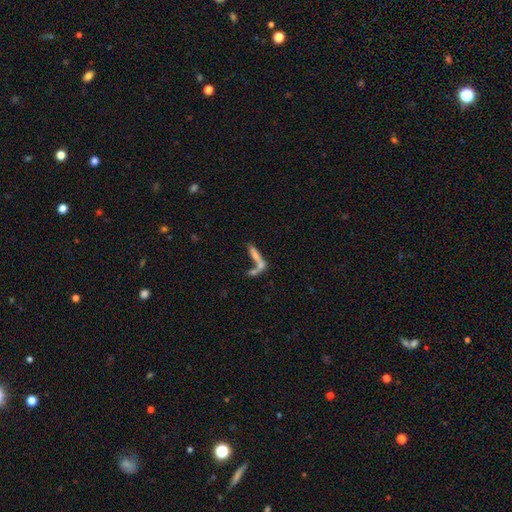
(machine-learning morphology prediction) Smooth or featured? smooth (57%)
How rounded? cigar-shaped (72%)
Merging? merger (52%)